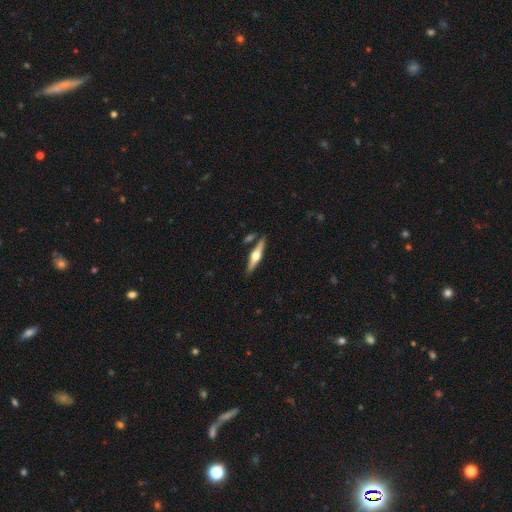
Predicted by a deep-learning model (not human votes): Smooth or featured? Predicted: featured or disk (p=0.68). Edge-on disk? Predicted: yes (p=0.97). Edge-on bulge? Predicted: rounded (p=0.94). Merging? Predicted: none (p=0.82).